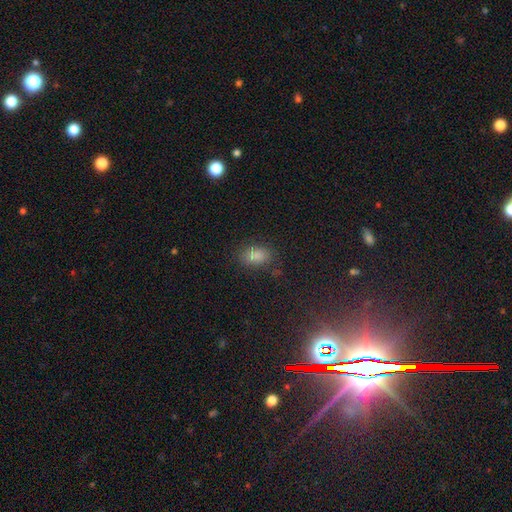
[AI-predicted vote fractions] A smooth galaxy with no disk features (78%) that is in between round and cigar-shaped (84%).

Vote fractions:
- Smooth or featured? smooth: 78% / star or artifact: 15% / featured or disk: 6%
- How rounded? in between: 84% / round: 14% / cigar-shaped: 2%
- Merging? none: 77% / minor disturbance: 14% / major disturbance: 5% / merger: 4%